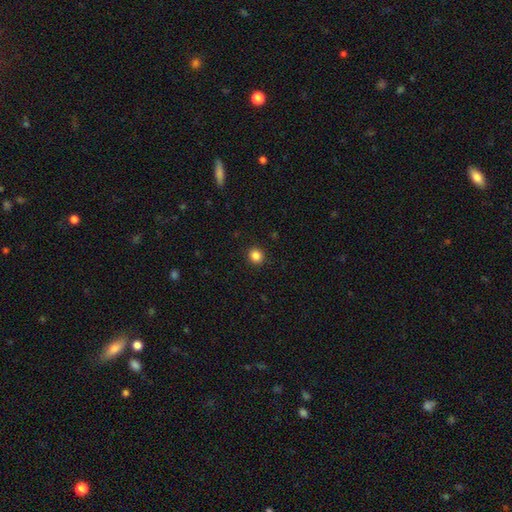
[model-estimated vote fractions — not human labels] The model was most divided on "smooth or featured": smooth: 85%, star or artifact: 11%, featured or disk: 3%. More confident: merging — none (92%); how rounded — round (88%).